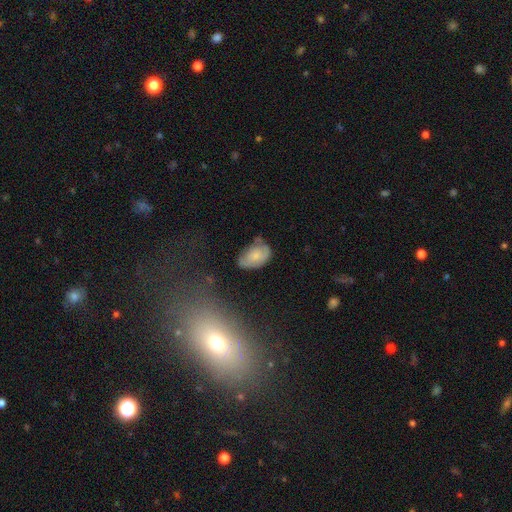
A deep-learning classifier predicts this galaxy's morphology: The model was most divided on "merging": none: 44%, minor disturbance: 36%, major disturbance: 14%, merger: 5%. More confident: how rounded — in between (88%); smooth or featured — smooth (57%).